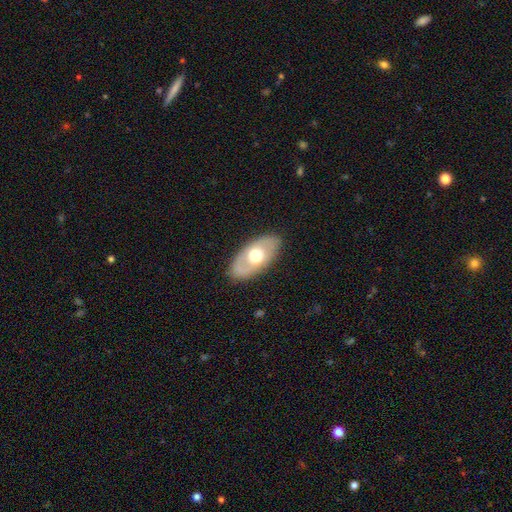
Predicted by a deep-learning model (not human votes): Smooth or featured? featured or disk (49%)
Merging? none (84%)